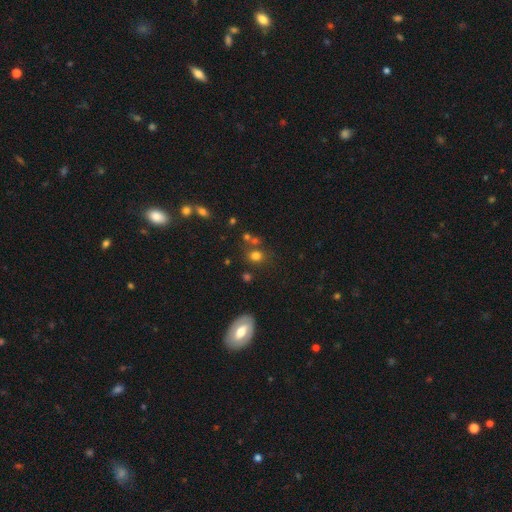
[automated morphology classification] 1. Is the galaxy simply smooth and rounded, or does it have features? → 72% smooth, 18% star or artifact, 10% featured or disk.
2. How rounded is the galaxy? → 71% round, 27% in between, 1% cigar-shaped.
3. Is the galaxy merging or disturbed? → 65% none, 17% merger, 12% minor disturbance, 5% major disturbance.